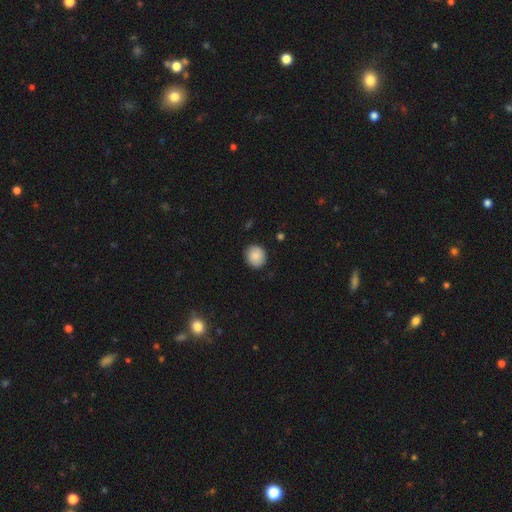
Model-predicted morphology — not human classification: smooth 86%, star or artifact 8%, featured or disk 6%. Down the decision tree: how rounded — round (86%); merging — none (89%).